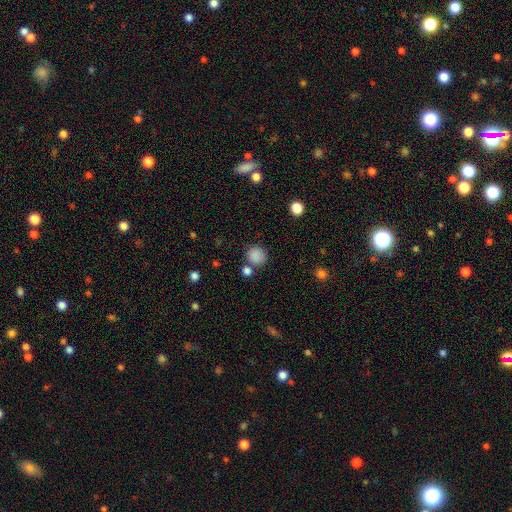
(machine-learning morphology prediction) Smooth or featured?
  - smooth: 86% *
  - star or artifact: 11%
  - featured or disk: 4%
How rounded?
  - round: 88% *
  - in between: 11%
  - cigar-shaped: 1%
Merging?
  - none: 76% *
  - minor disturbance: 10%
  - merger: 10%
  - major disturbance: 4%